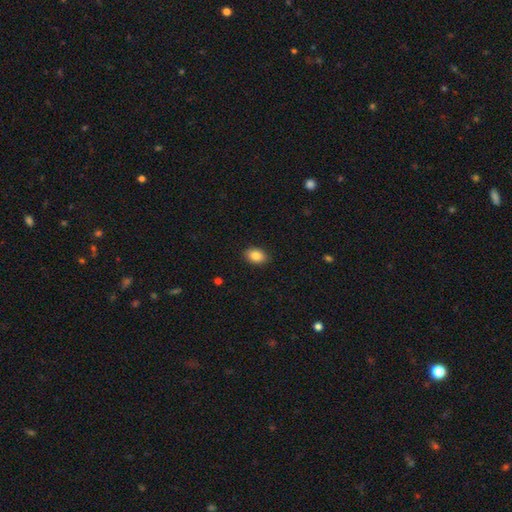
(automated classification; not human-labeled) Q: Smooth or featured?
A: smooth (86%); runner-up: star or artifact (8%)
Q: How rounded?
A: in between (83%); runner-up: round (16%)
Q: Merging?
A: none (89%); runner-up: minor disturbance (9%)